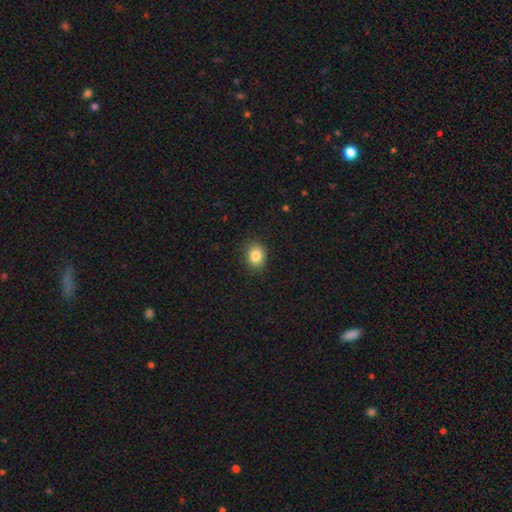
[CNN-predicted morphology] This appears to be a smooth galaxy with no disk features (84%) that is round (55%). Merging: none (87%).